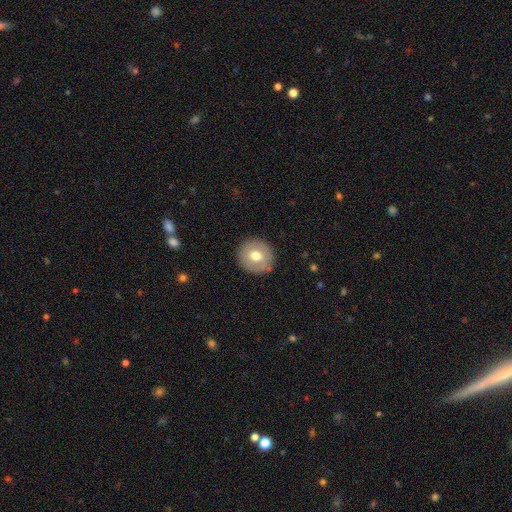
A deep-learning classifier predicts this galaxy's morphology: smooth-or-featured: smooth: 69% | featured or disk: 22% | star or artifact: 8%
  how-rounded: round: 92% | in between: 7% | cigar-shaped: 1%
  merging: none: 89% | minor disturbance: 7% | major disturbance: 2% | merger: 1%